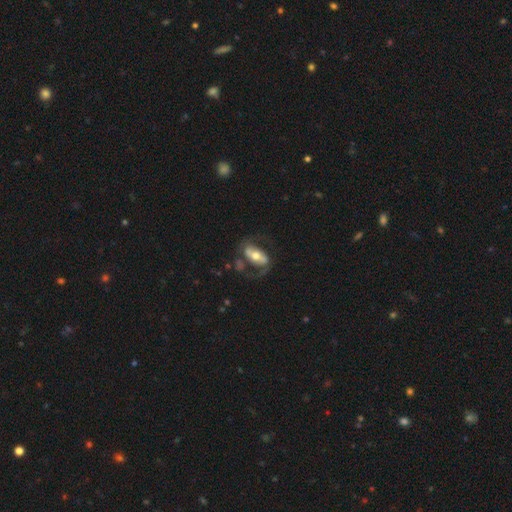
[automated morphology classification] type=featured or disk (67%); edge-on=no (90%); bar=strong (46%); spiral arms=yes (71%); bulge=moderate (68%); merging=none (53%).